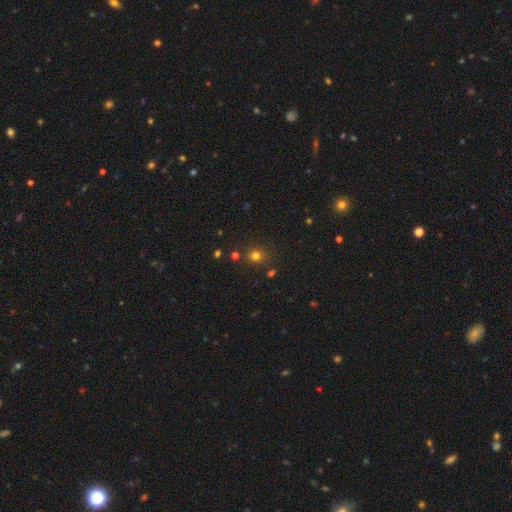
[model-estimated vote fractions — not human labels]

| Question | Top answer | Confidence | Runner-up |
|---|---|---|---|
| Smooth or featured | smooth | 73% | star or artifact (21%) |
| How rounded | round | 84% | in between (15%) |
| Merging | none | 82% | minor disturbance (9%) |